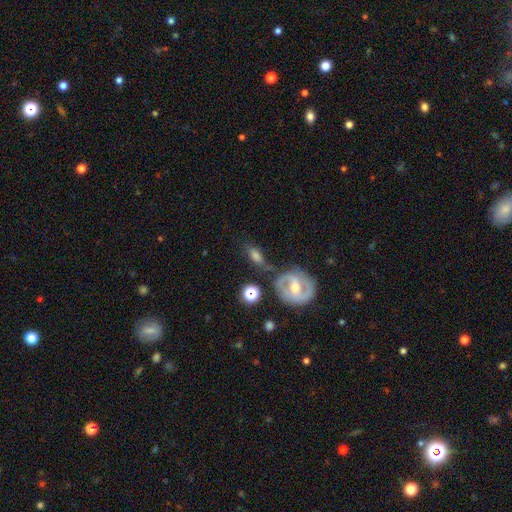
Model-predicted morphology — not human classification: This appears to be a smooth galaxy with no disk features (47%). Merging: none (56%).